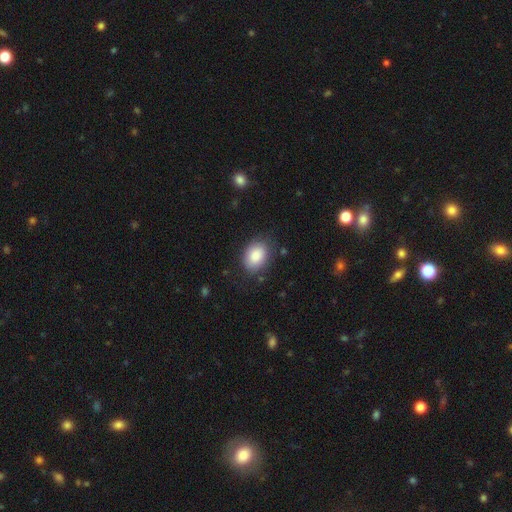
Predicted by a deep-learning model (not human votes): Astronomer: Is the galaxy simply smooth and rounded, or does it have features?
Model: smooth — 87%.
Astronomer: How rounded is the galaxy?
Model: in between — 73%.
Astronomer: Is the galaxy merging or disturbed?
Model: none — 78%.